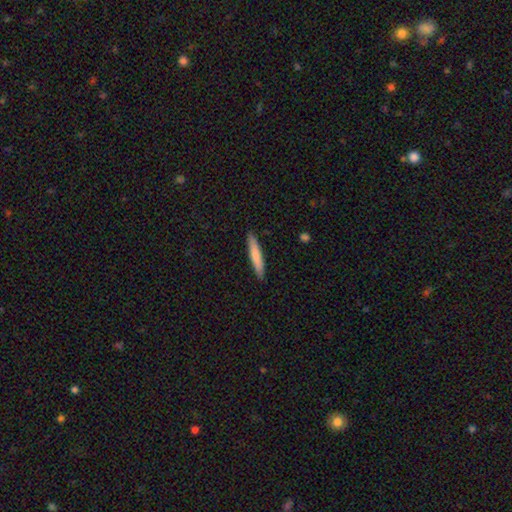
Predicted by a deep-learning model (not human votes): Overall: smooth (78%). How rounded: cigar-shaped (93%). Merging: none (90%).